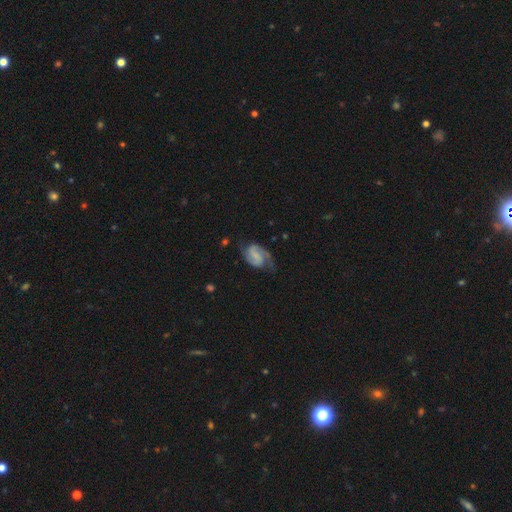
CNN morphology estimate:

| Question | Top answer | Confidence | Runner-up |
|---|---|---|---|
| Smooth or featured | featured or disk | 80% | smooth (14%) |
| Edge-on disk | no | 98% | yes (2%) |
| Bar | weak | 47% | no (28%) |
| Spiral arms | yes | 96% | no (4%) |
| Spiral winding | medium | 51% | tight (27%) |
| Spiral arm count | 2 | 87% | 1 (6%) |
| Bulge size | none | 52% | small (30%) |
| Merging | none | 65% | minor disturbance (22%) |